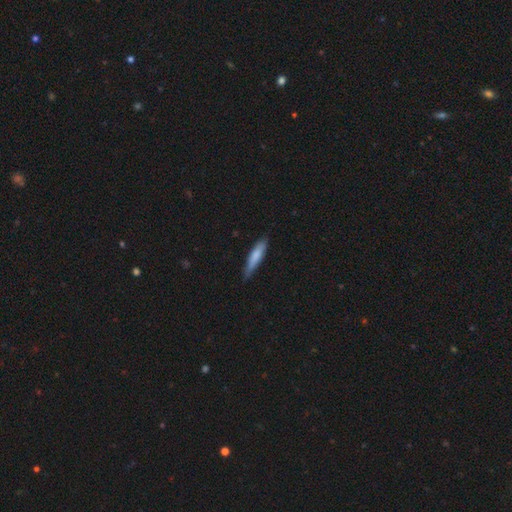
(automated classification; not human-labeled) A smooth galaxy with no disk features (74%) that is cigar-shaped (79%). Merging: none (72%).